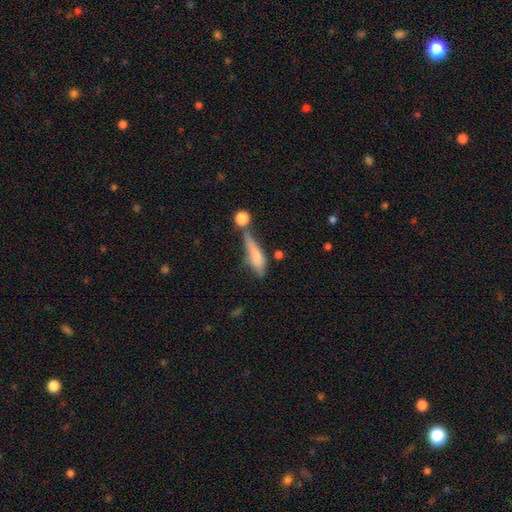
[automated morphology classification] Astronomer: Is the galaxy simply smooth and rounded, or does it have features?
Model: smooth — 65%.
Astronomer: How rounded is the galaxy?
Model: cigar-shaped — 61%.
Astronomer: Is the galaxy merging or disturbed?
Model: none — 30% (runner-up: minor disturbance, 25%).